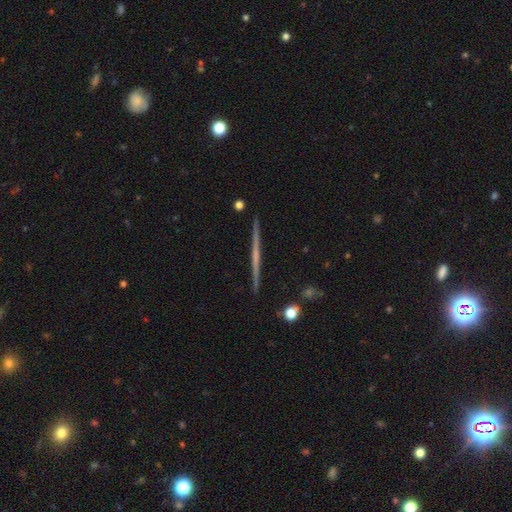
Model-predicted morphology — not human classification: Q: Smooth or featured?
A: featured or disk (71%); runner-up: smooth (23%)
Q: Edge-on disk?
A: yes (98%); runner-up: no (2%)
Q: Edge-on bulge?
A: none (75%); runner-up: rounded (19%)
Q: Merging?
A: none (93%); runner-up: minor disturbance (5%)